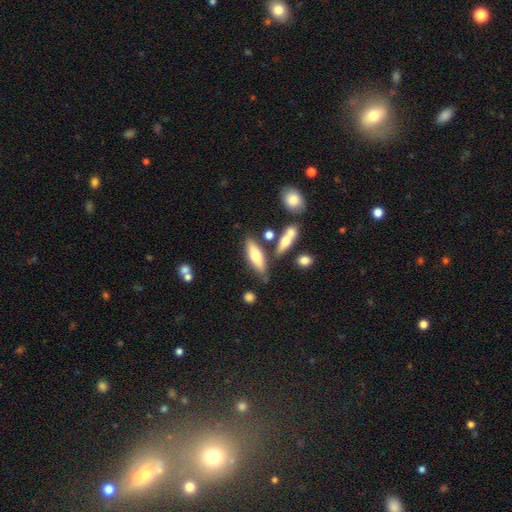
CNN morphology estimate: The model was most divided on "how rounded": in between: 52%, cigar-shaped: 46%, round: 2%. More confident: merging — none (66%); smooth or featured — smooth (59%).